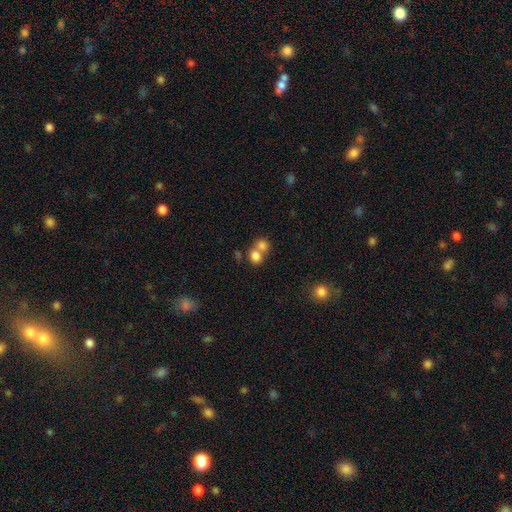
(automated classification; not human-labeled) Smooth or featured? Predicted: smooth (p=0.79). How rounded? Predicted: round (p=0.66). Merging? Predicted: merger (p=0.57).